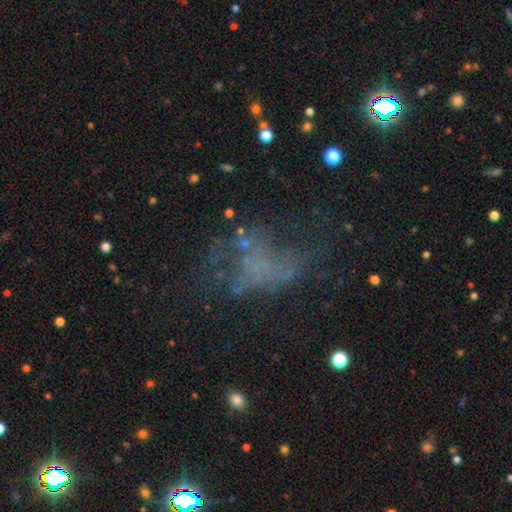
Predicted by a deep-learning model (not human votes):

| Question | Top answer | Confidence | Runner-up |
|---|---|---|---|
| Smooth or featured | featured or disk | 45% | star or artifact (28%) |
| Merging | major disturbance | 39% | none (38%) |